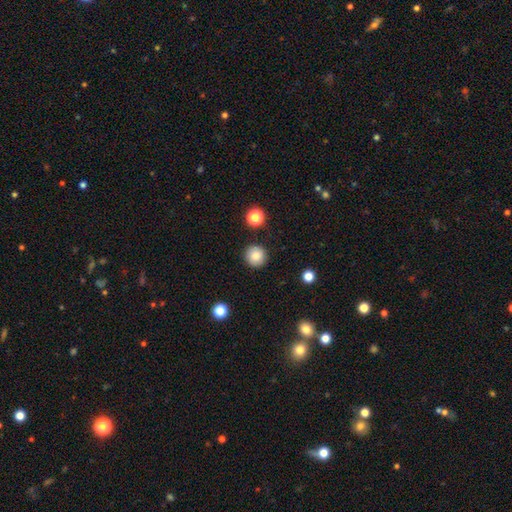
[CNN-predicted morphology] smooth_or_featured: smooth (p=0.84) [alt: star or artifact p=0.10]
how_rounded: round (p=0.95) [alt: in between p=0.04]
merging: none (p=0.91) [alt: minor disturbance p=0.06]